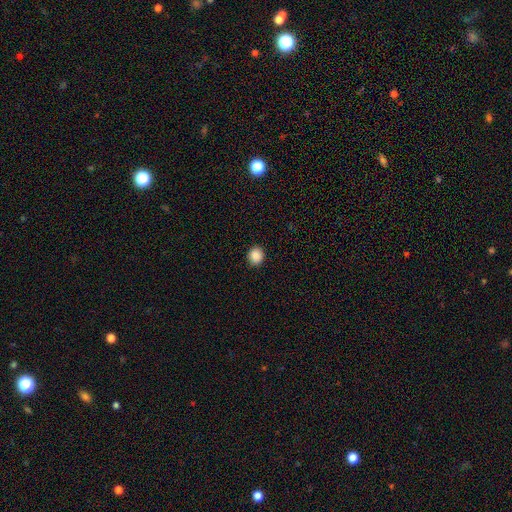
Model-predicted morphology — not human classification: This appears to be a smooth galaxy with no disk features (87%) that is round (86%). Merging: none (92%).